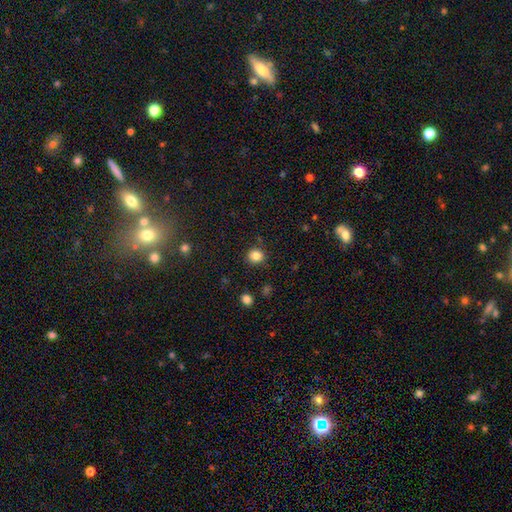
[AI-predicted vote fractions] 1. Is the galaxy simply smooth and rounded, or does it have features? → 84% smooth, 11% star or artifact, 4% featured or disk.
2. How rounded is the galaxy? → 85% round, 14% in between, 1% cigar-shaped.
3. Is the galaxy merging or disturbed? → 87% none, 8% minor disturbance, 3% major disturbance, 2% merger.